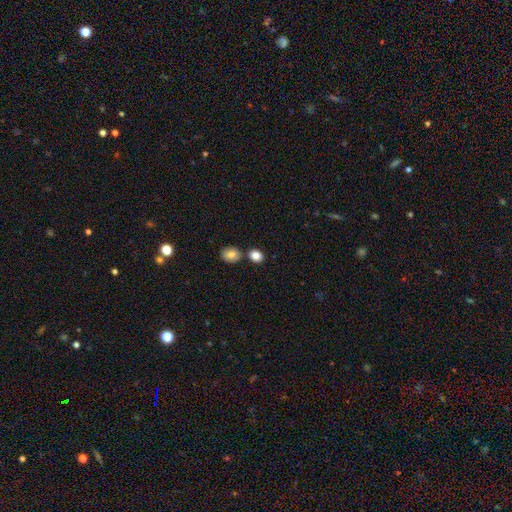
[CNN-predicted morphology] The model was most divided on "how rounded": round: 58%, in between: 41%, cigar-shaped: 1%. More confident: smooth or featured — smooth (85%); merging — none (67%).